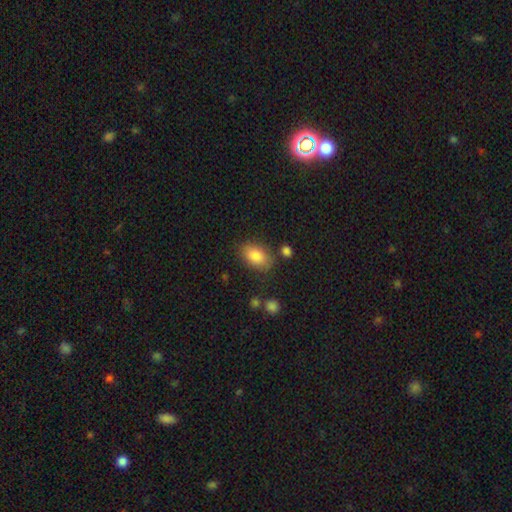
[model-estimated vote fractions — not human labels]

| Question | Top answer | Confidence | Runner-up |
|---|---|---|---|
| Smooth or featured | smooth | 85% | featured or disk (8%) |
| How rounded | in between | 89% | round (9%) |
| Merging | none | 77% | minor disturbance (14%) |